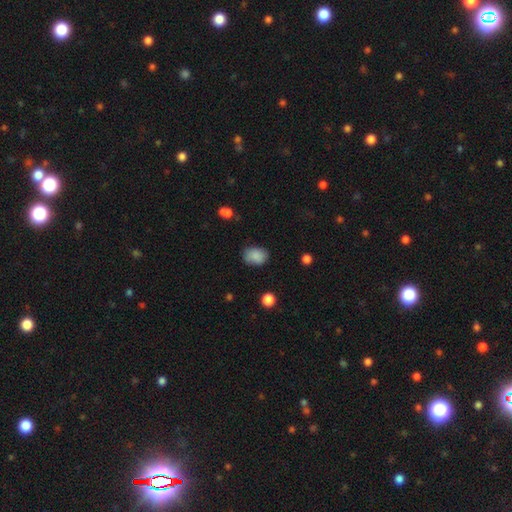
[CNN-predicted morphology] smooth-or-featured: smooth: 86% | star or artifact: 8% | featured or disk: 6%
  how-rounded: in between: 69% | round: 30% | cigar-shaped: 1%
  merging: none: 75% | minor disturbance: 19% | major disturbance: 4% | merger: 2%